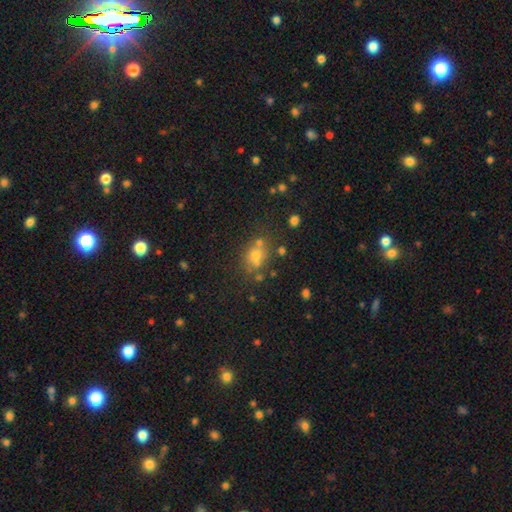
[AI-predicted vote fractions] A smooth galaxy with no disk features (63%) that is round (58%).

Vote fractions:
- Smooth or featured? smooth: 63% / star or artifact: 23% / featured or disk: 14%
- How rounded? round: 58% / in between: 40% / cigar-shaped: 2%
- Merging? none: 60% / merger: 19% / minor disturbance: 14% / major disturbance: 6%